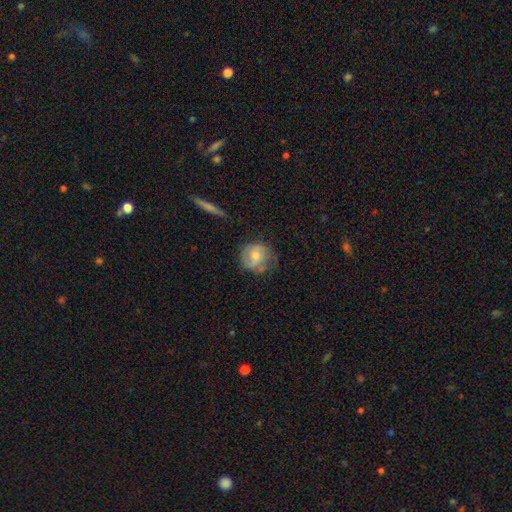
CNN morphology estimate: smooth_or_featured: smooth (p=0.52) [alt: featured or disk p=0.41]
how_rounded: round (p=0.79) [alt: in between p=0.19]
merging: none (p=0.55) [alt: minor disturbance p=0.29]